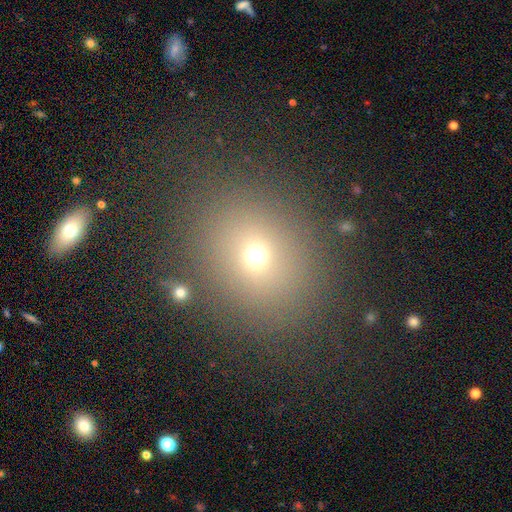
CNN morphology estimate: Q: Smooth or featured?
A: smooth (66%); runner-up: star or artifact (22%)
Q: How rounded?
A: round (69%); runner-up: in between (30%)
Q: Merging?
A: none (82%); runner-up: minor disturbance (9%)